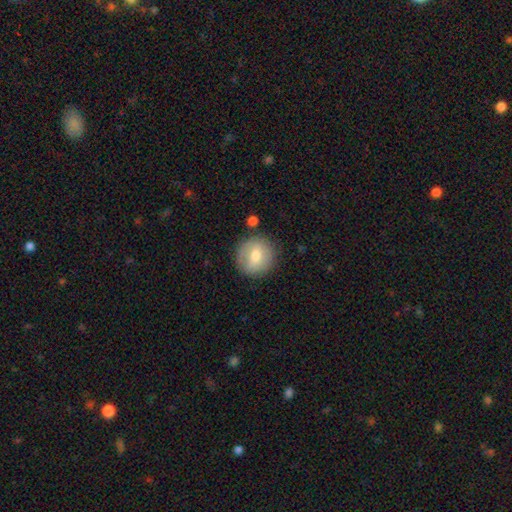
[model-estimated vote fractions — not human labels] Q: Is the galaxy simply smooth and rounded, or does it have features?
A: smooth — 71%.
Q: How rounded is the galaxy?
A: round — 91%.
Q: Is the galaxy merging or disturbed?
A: none — 83%.